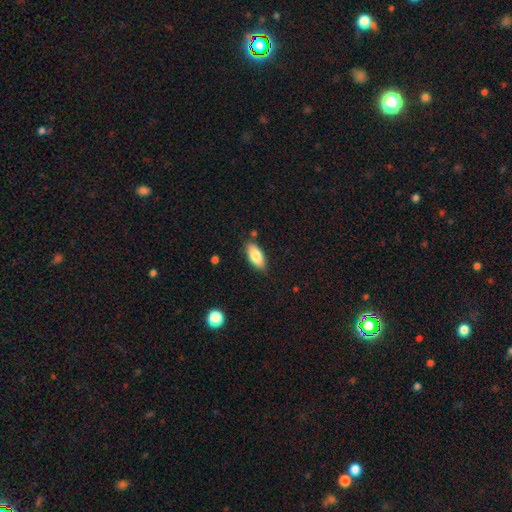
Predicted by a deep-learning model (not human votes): smooth 81%, featured or disk 13%, star or artifact 7%. Down the decision tree: how rounded — in between (87%); merging — none (82%).